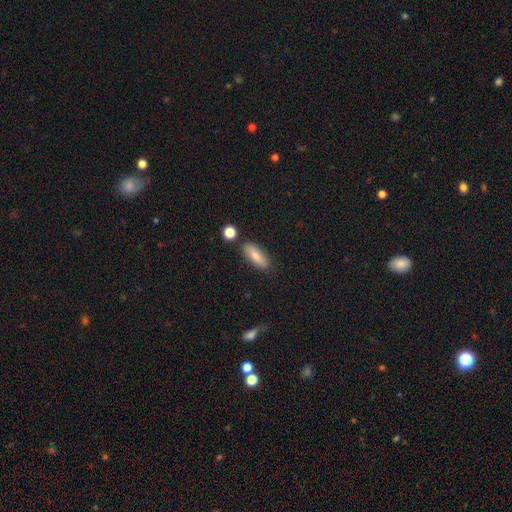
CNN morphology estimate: smooth_or_featured: smooth (p=0.78) [alt: featured or disk p=0.15]
how_rounded: in between (p=0.68) [alt: cigar-shaped p=0.29]
merging: none (p=0.80) [alt: minor disturbance p=0.13]